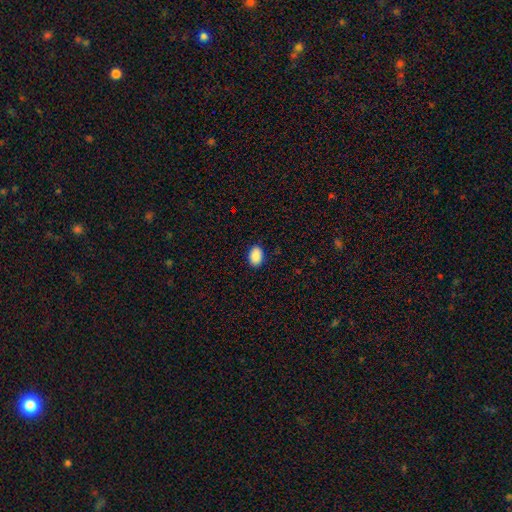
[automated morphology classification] Smooth or featured: smooth — 90% (star or artifact — 7%)
How rounded: in between — 86% (round — 12%)
Merging: none — 88% (minor disturbance — 9%)